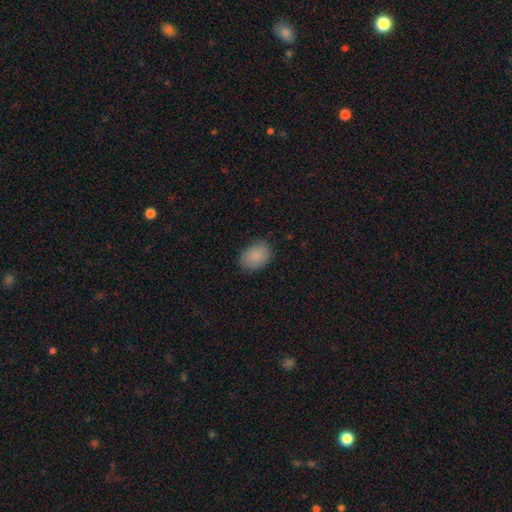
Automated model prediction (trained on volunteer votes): Morphology: type=smooth (88%); roundness=in between (77%); merging=none (84%).